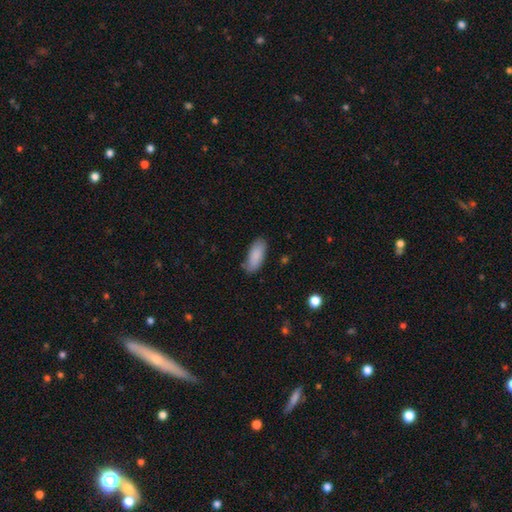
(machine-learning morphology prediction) The model was most divided on "merging": none: 78%, minor disturbance: 18%, major disturbance: 3%, merger: 2%. More confident: smooth or featured — smooth (88%); how rounded — in between (85%).